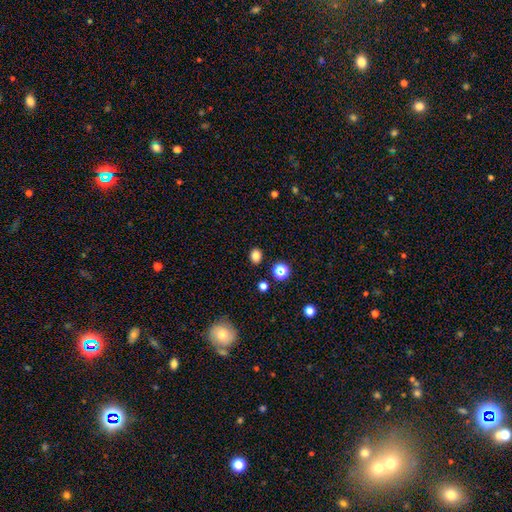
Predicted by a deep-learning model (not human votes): This appears to be a smooth galaxy with no disk features (81%) that is round (56%). Merging: none (88%).